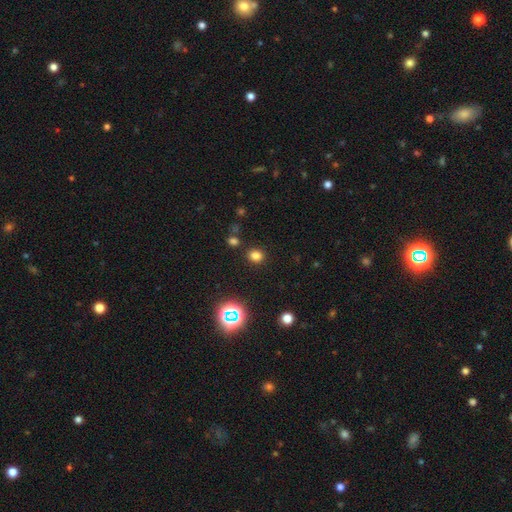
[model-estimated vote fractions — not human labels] A smooth galaxy with no disk features (76%) that is round (70%). Merging: none (85%).